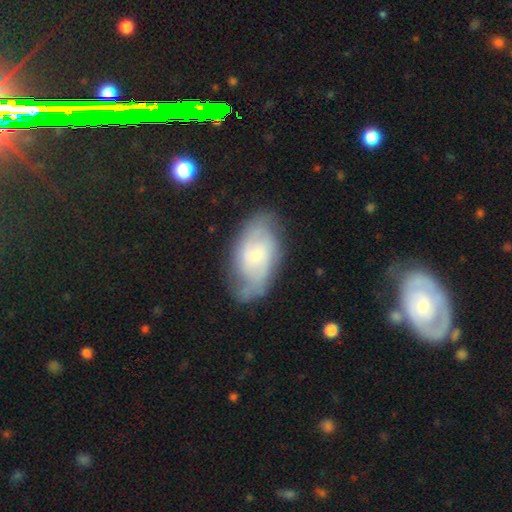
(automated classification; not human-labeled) This is likely a featured or disk galaxy (69%). It is clearly not viewed edge-on (96%). Bar: possibly no (57%). Spiral arm pattern: clearly yes (89%). Spiral arm count: likely 2 (63%). Spiral winding: marginally medium (44%). Central bulge: likely small (68%). Merging: likely none (69%).